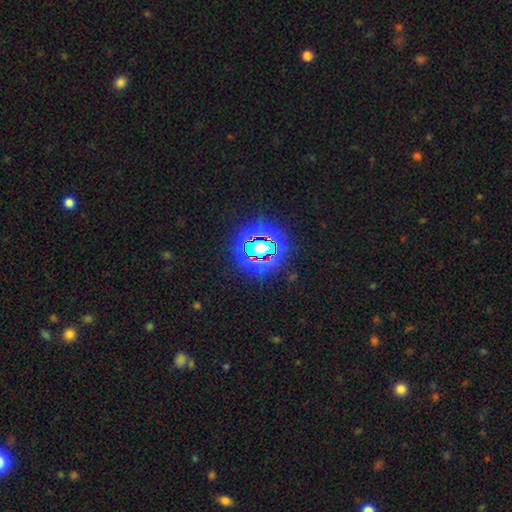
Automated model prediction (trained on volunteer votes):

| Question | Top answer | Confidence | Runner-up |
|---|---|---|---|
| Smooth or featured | star or artifact | 76% | smooth (15%) |